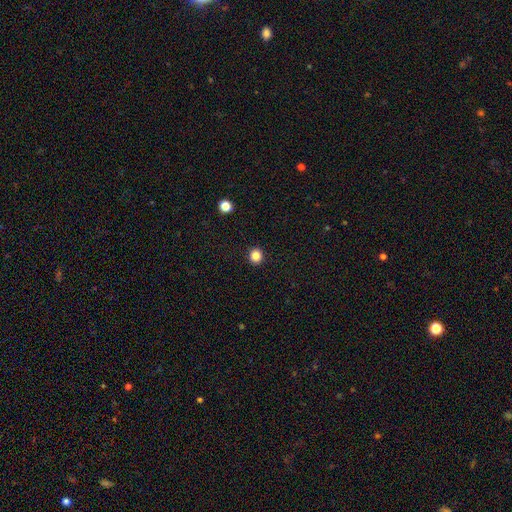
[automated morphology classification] type=smooth (84%); roundness=round (91%); merging=none (93%).